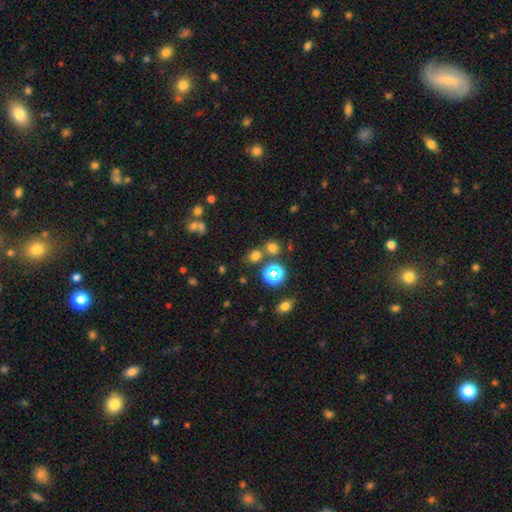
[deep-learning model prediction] Morphology: type=smooth (66%); roundness=round (67%); merging=none (68%).